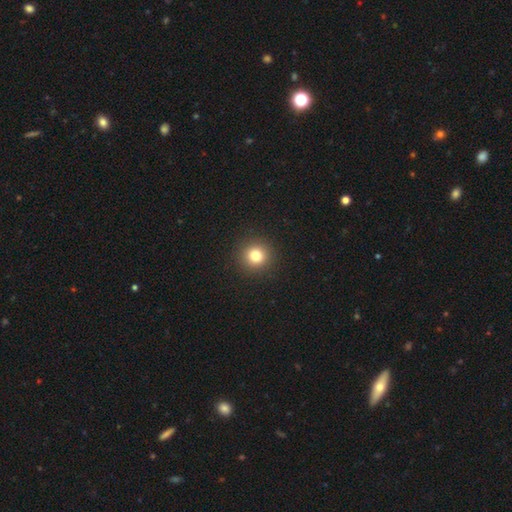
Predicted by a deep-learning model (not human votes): smooth-or-featured: smooth: 81% | star or artifact: 13% | featured or disk: 7%
  how-rounded: round: 94% | in between: 5% | cigar-shaped: 1%
  merging: none: 93% | minor disturbance: 5% | major disturbance: 2% | merger: 1%